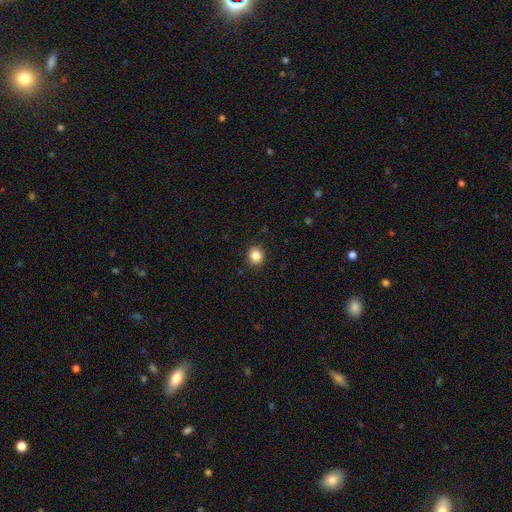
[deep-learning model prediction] This appears to be a smooth galaxy with no disk features (85%) that is round (83%). Merging: none (91%).